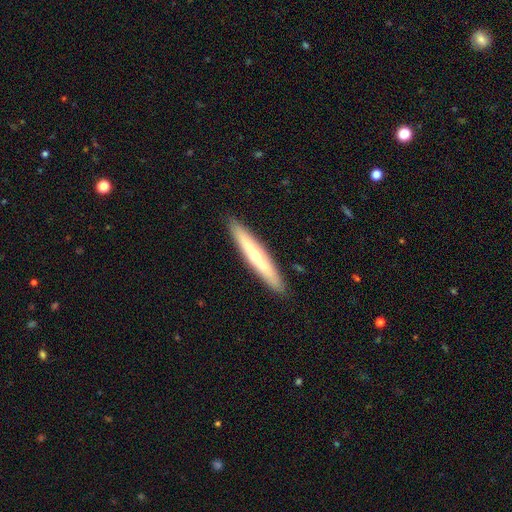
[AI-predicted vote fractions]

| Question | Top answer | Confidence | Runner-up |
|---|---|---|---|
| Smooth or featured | featured or disk | 49% | smooth (45%) |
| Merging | none | 91% | minor disturbance (7%) |